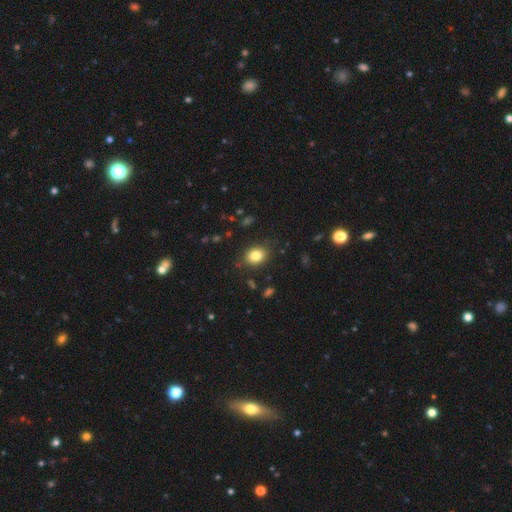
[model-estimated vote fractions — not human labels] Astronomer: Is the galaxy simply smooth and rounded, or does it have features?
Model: smooth — 82%.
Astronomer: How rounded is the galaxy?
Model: in between — 53% (runner-up: round, 46%).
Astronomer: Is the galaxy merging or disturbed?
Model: none — 84%.